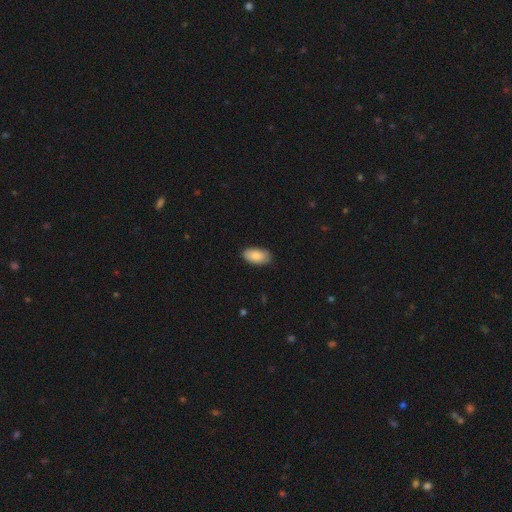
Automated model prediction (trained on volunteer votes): Smooth or featured?
  - smooth: 86% *
  - featured or disk: 8%
  - star or artifact: 6%
How rounded?
  - in between: 95% *
  - round: 3%
  - cigar-shaped: 3%
Merging?
  - none: 83% *
  - minor disturbance: 14%
  - major disturbance: 2%
  - merger: 1%